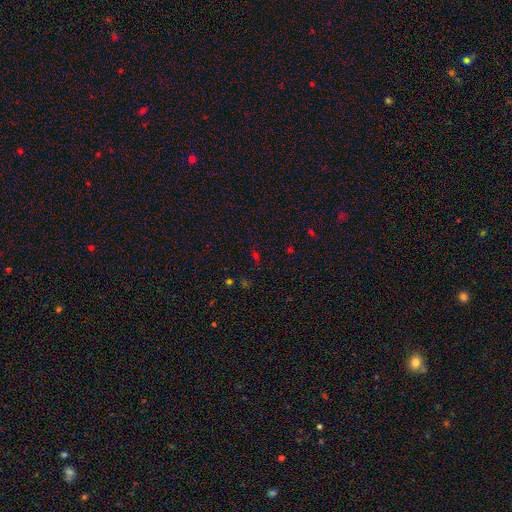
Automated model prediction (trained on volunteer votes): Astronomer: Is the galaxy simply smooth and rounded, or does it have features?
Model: star or artifact — 58% (runner-up: smooth, 34%).